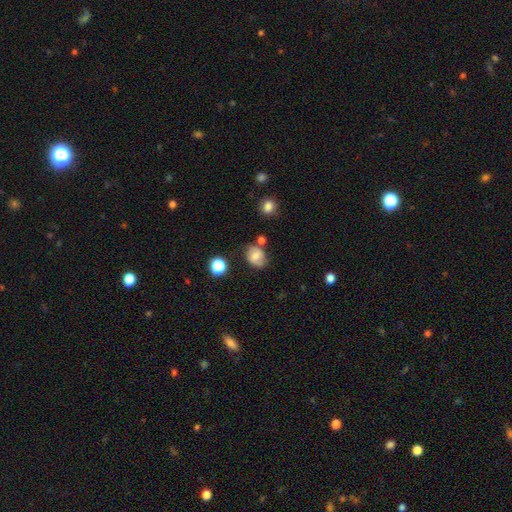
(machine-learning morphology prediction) Q: Smooth or featured?
A: smooth (65%); runner-up: featured or disk (24%)
Q: How rounded?
A: in between (52%); runner-up: round (47%)
Q: Merging?
A: none (64%); runner-up: minor disturbance (22%)